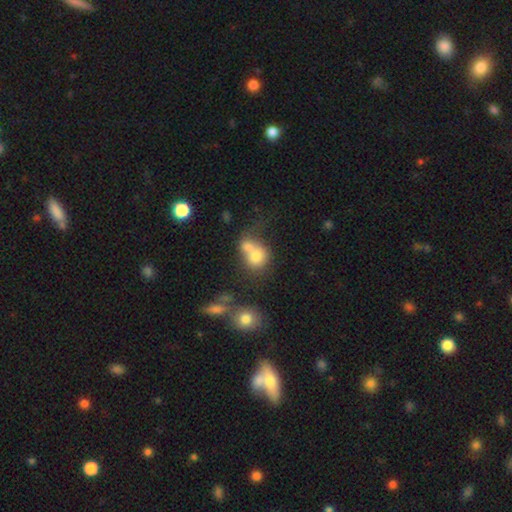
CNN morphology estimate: Overall: smooth (72%). How rounded: round (59%; in between 40%). Merging: merger (62%).